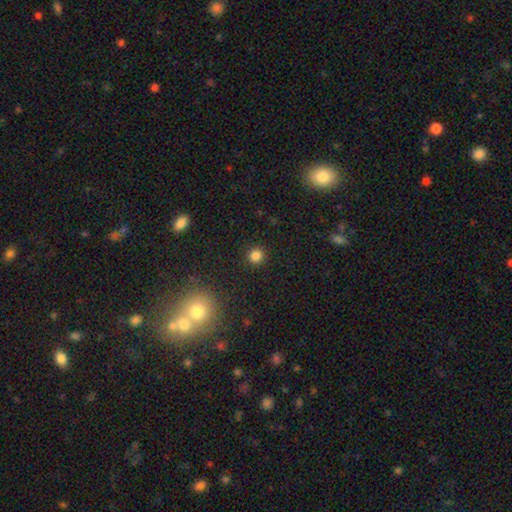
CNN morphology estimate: smooth_or_featured: smooth (p=0.83) [alt: star or artifact p=0.13]
how_rounded: round (p=0.92) [alt: in between p=0.07]
merging: none (p=0.92) [alt: minor disturbance p=0.05]